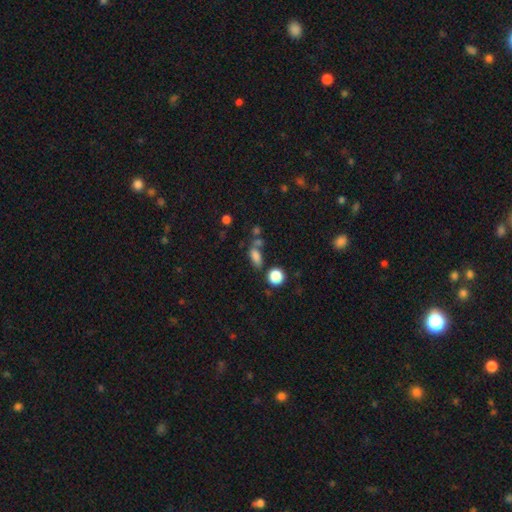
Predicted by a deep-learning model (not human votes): smooth 77%, star or artifact 14%, featured or disk 9%. Down the decision tree: how rounded — in between (75%); merging — none (52%).